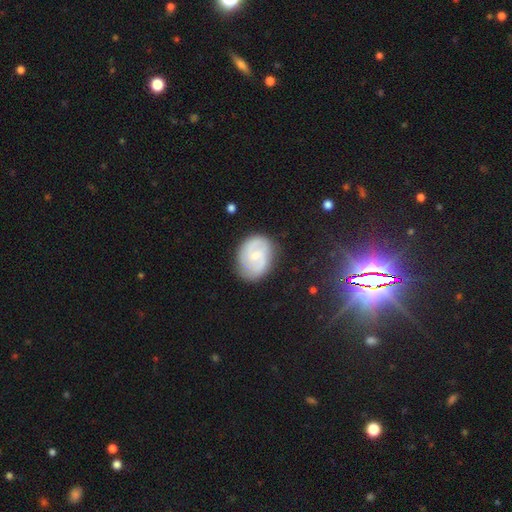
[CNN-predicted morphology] featured or disk 71%, smooth 23%, star or artifact 6%. Down the decision tree: edge-on disk — no (98%); bar — weak (47%); spiral arms — yes (91%); spiral arm count — 2 (70%); spiral winding — medium (43%); bulge size — small (65%); merging — none (79%).